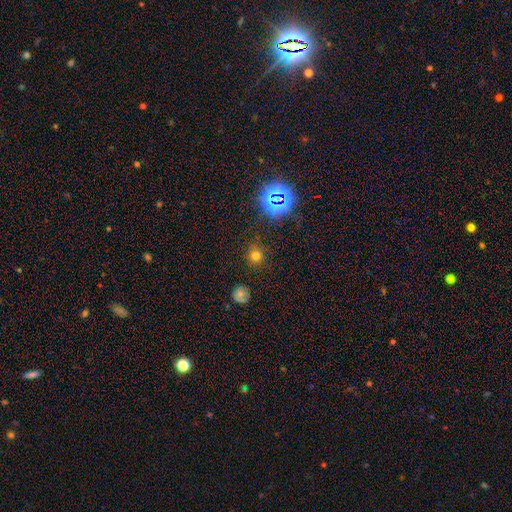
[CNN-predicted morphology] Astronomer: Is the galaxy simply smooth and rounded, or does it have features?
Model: smooth — 65%.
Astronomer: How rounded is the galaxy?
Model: round — 91%.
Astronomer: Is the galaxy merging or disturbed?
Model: none — 85%.